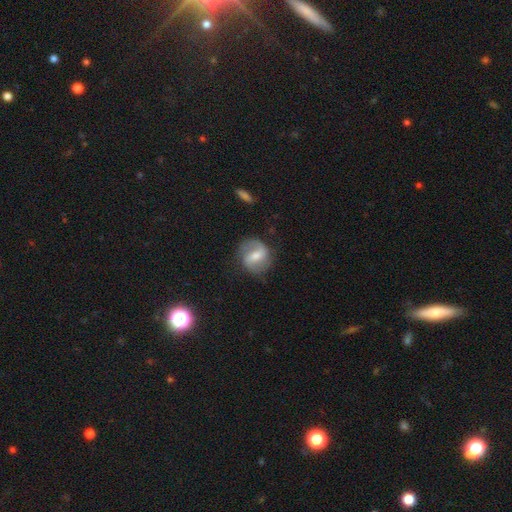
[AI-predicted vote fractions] Morphology: type=featured or disk (68%); edge-on=no (97%); bar=weak (47%); spiral arms=yes (87%); winding=medium (46%); arm count=2 (86%); bulge=moderate (52%); merging=none (77%).